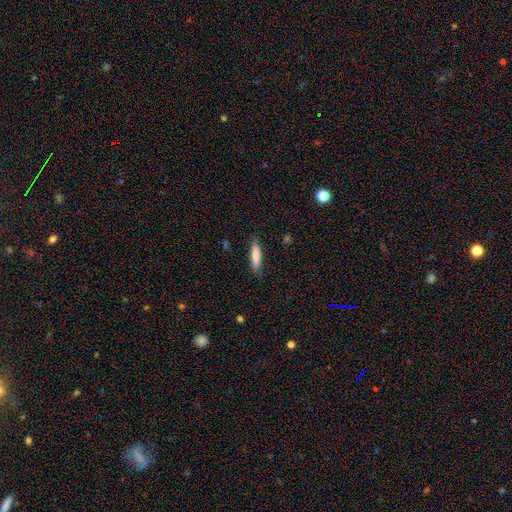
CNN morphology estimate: Overall: smooth (80%). How rounded: cigar-shaped (80%). Merging: none (85%).